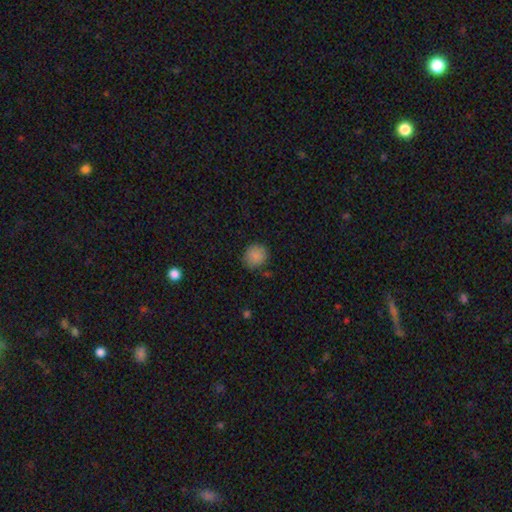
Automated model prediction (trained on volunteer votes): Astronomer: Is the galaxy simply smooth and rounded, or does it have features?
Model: smooth — 87%.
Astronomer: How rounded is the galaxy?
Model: round — 83%.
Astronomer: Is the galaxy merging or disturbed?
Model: none — 83%.